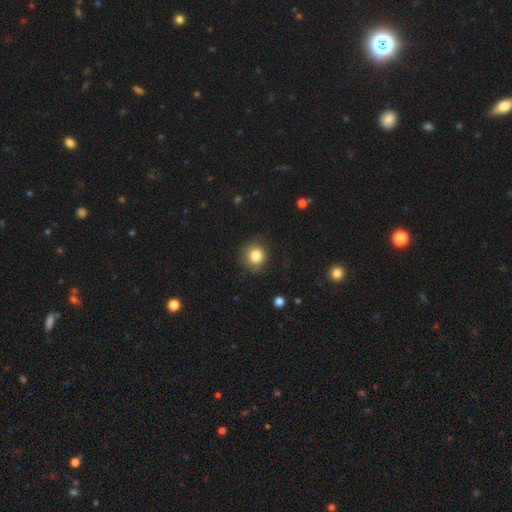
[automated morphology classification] smooth 82%, star or artifact 11%, featured or disk 7%. Down the decision tree: how rounded — round (90%); merging — none (82%).